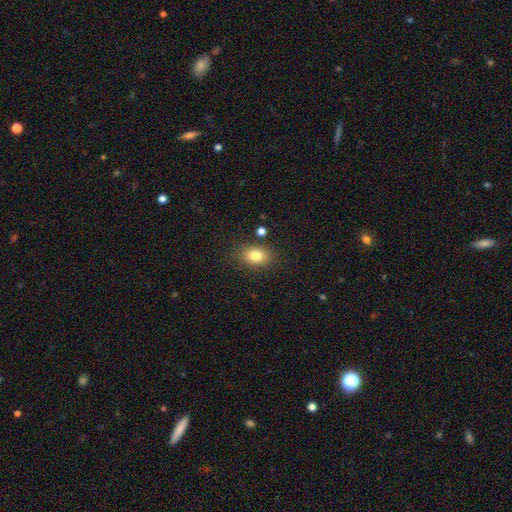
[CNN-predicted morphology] Smooth or featured? Predicted: smooth (p=0.81). How rounded? Predicted: in between (p=0.70). Merging? Predicted: none (p=0.82).